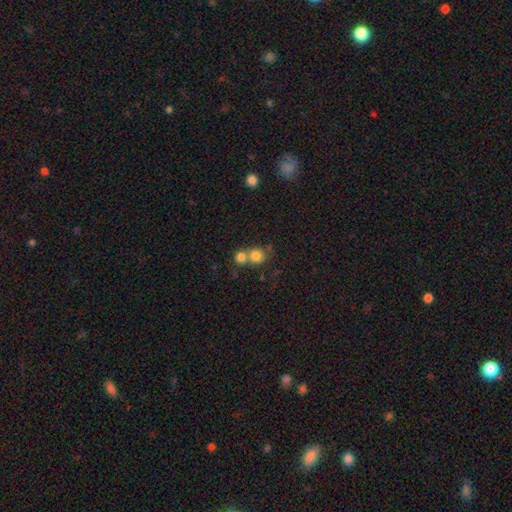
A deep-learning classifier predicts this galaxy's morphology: type=smooth (79%); roundness=round (84%); merging=merger (53%).